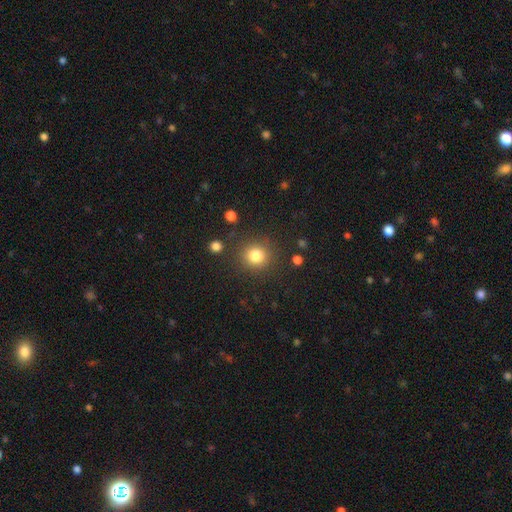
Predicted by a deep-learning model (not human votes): Smooth or featured?
  - smooth: 82% *
  - star or artifact: 12%
  - featured or disk: 6%
How rounded?
  - round: 90% *
  - in between: 9%
  - cigar-shaped: 1%
Merging?
  - none: 86% *
  - minor disturbance: 8%
  - major disturbance: 3%
  - merger: 3%